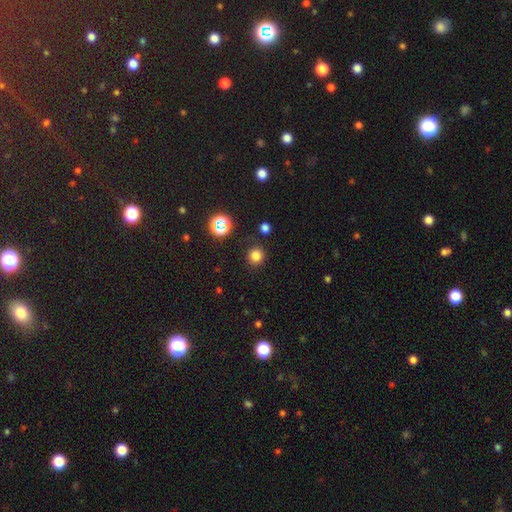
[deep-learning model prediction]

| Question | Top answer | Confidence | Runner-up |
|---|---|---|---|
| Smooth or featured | smooth | 78% | star or artifact (18%) |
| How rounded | round | 93% | in between (6%) |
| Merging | none | 87% | minor disturbance (7%) |